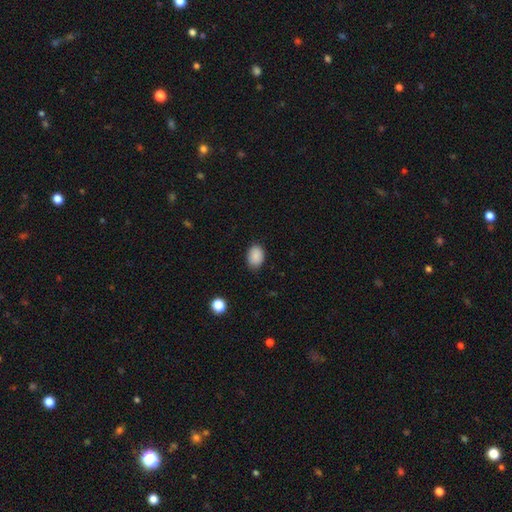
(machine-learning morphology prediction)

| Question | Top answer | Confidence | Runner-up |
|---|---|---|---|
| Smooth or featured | smooth | 88% | star or artifact (8%) |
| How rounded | in between | 74% | round (25%) |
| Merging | none | 83% | minor disturbance (13%) |